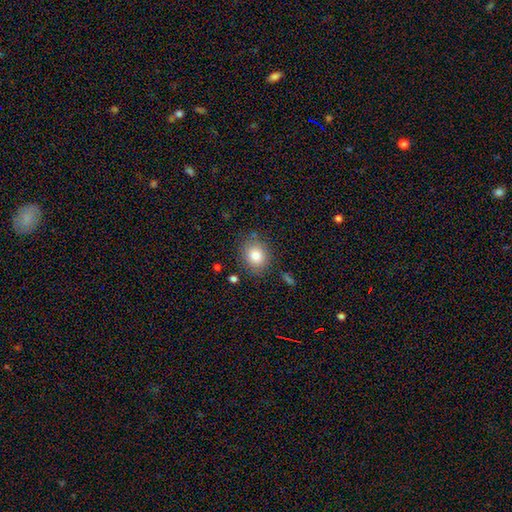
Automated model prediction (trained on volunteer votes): A smooth galaxy with no disk features (81%) that is round (59%). Merging: none (81%).